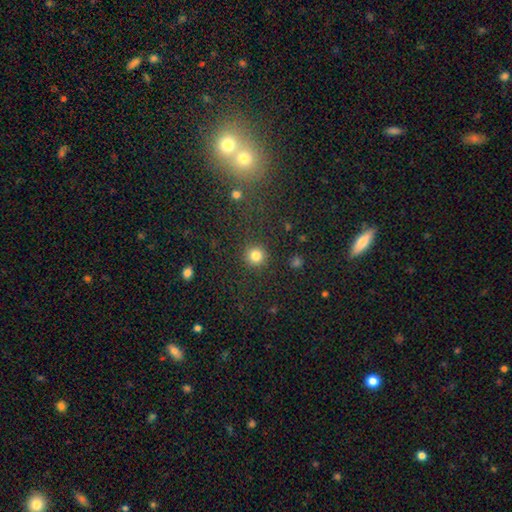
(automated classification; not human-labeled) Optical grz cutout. It shows a smooth galaxy with no disk features (83%) that is round (95%). Merging: none (90%).